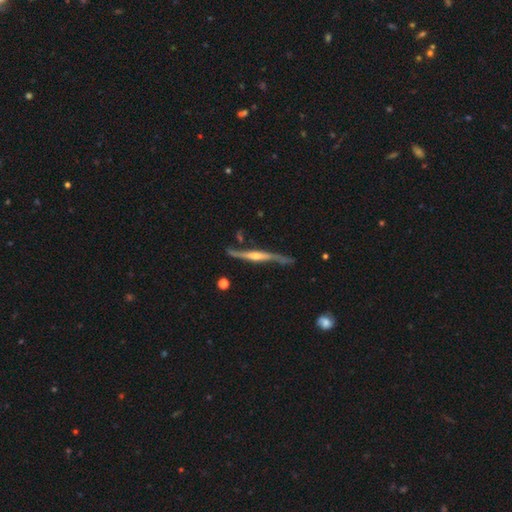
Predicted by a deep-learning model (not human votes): This appears to be a featured or disk galaxy (81%) viewed edge-on (87%) with a rounded central bulge (68%). Merging: none (62%).